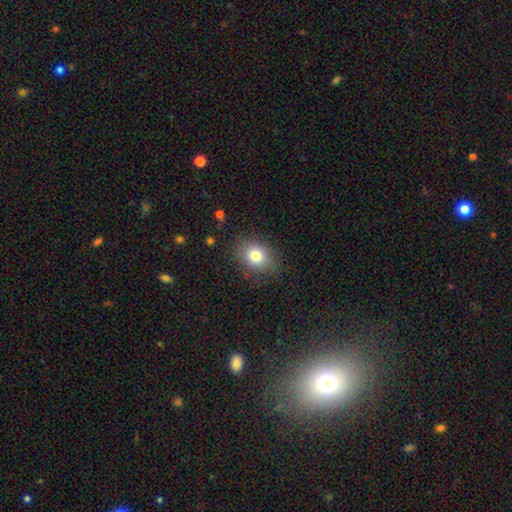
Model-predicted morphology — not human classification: Smooth or featured?
  - smooth: 78% *
  - star or artifact: 11%
  - featured or disk: 10%
How rounded?
  - in between: 50% *
  - round: 49%
  - cigar-shaped: 1%
Merging?
  - none: 84% *
  - minor disturbance: 11%
  - major disturbance: 4%
  - merger: 1%